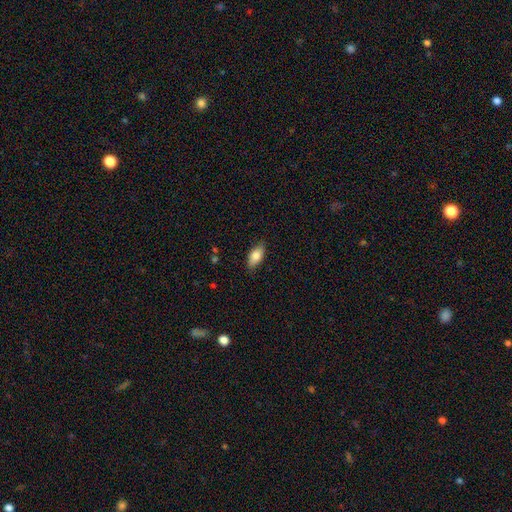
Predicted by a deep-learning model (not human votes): The model was most divided on "smooth or featured": smooth: 81%, featured or disk: 12%, star or artifact: 7%. More confident: how rounded — in between (88%); merging — none (84%).